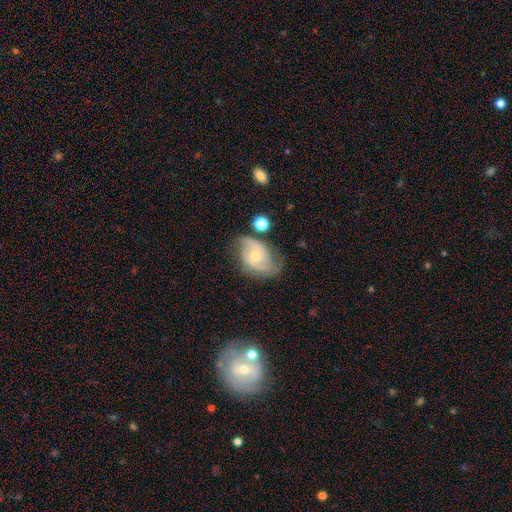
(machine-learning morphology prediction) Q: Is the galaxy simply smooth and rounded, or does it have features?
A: featured or disk — 77%.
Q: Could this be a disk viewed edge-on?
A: no — 96%.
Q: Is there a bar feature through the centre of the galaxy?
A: no — 61%.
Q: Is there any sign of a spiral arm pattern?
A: yes — 92%.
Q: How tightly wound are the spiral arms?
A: medium — 48%.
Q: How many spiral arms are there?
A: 2 — 78%.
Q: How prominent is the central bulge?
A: small — 56%.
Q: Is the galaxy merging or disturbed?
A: none — 63%.